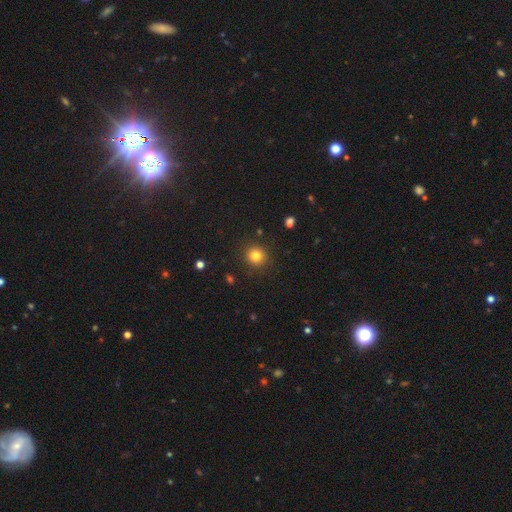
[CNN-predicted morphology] smooth_or_featured: smooth (p=0.82) [alt: star or artifact p=0.12]
how_rounded: round (p=0.90) [alt: in between p=0.09]
merging: none (p=0.89) [alt: minor disturbance p=0.07]